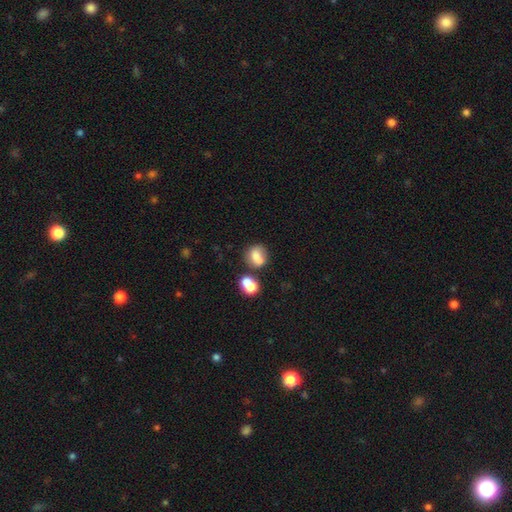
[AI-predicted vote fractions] smooth_or_featured: smooth (p=0.69) [alt: featured or disk p=0.18]
how_rounded: round (p=0.60) [alt: in between p=0.39]
merging: none (p=0.44) [alt: merger p=0.32]